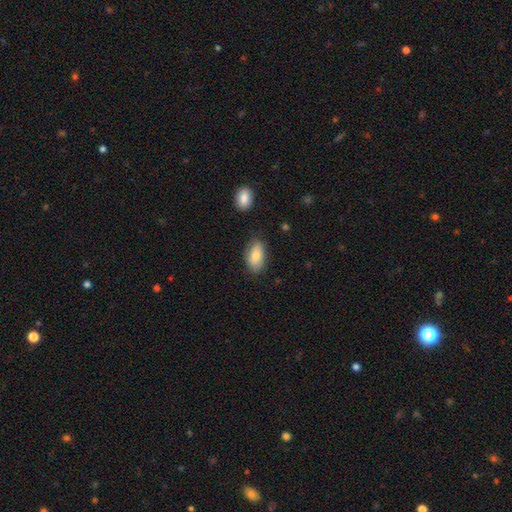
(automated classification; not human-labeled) smooth 80%, featured or disk 13%, star or artifact 7%. Down the decision tree: how rounded — in between (92%); merging — none (76%).